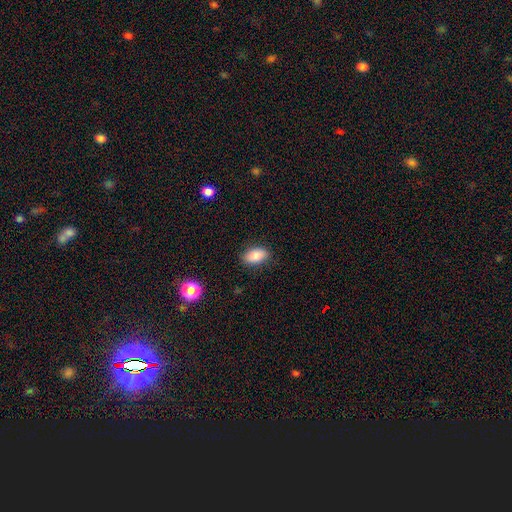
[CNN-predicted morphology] smooth-or-featured: smooth: 85% | star or artifact: 8% | featured or disk: 7%
  how-rounded: in between: 90% | round: 7% | cigar-shaped: 3%
  merging: none: 86% | minor disturbance: 11% | major disturbance: 3% | merger: 1%